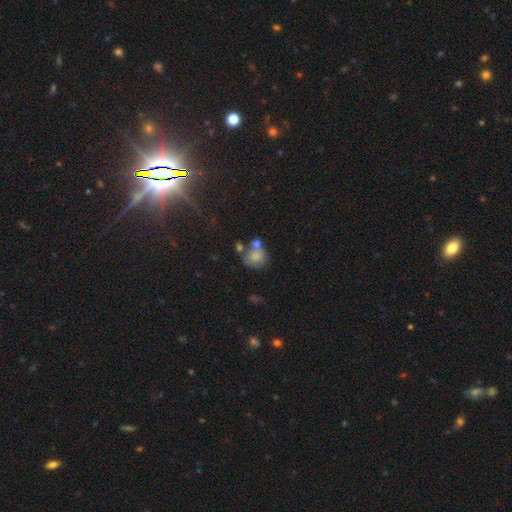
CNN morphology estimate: smooth_or_featured: smooth (p=0.73) [alt: featured or disk p=0.16]
how_rounded: round (p=0.79) [alt: in between p=0.20]
merging: none (p=0.44) [alt: merger p=0.33]